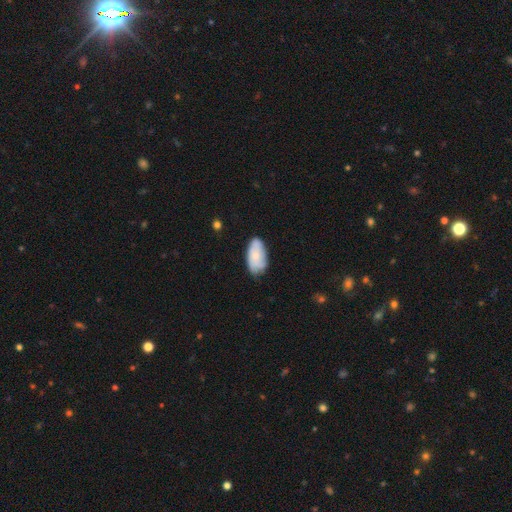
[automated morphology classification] Overall: smooth (57%; featured or disk 36%). How rounded: in between (93%). Merging: none (65%; minor disturbance 27%).